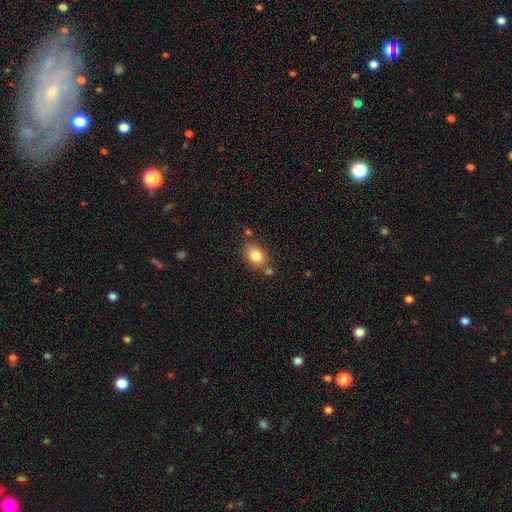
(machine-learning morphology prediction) type=smooth (83%); roundness=in between (74%); merging=none (70%).